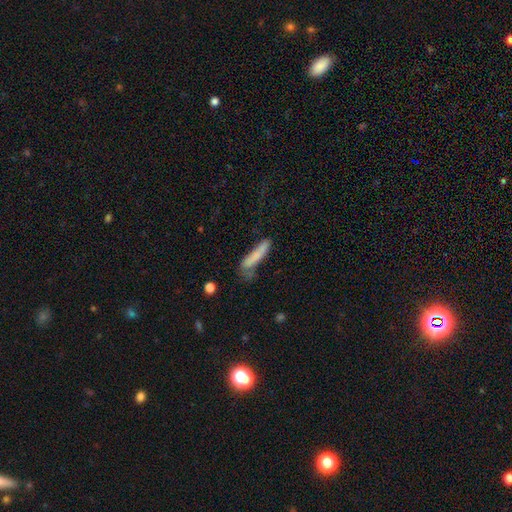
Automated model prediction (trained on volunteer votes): Overall: smooth (75%). How rounded: cigar-shaped (88%). Merging: none (50%; minor disturbance 28%).